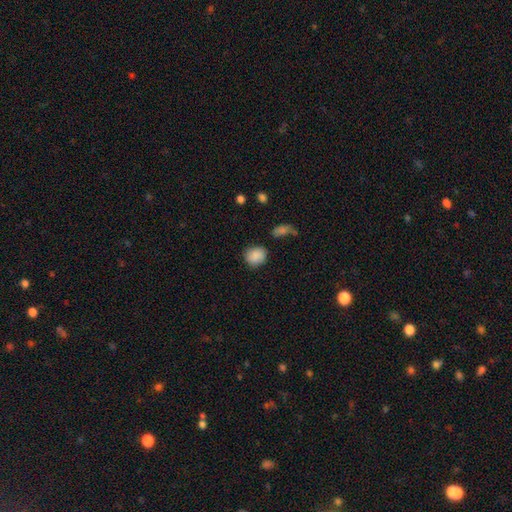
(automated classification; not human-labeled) Morphology: type=smooth (86%); roundness=round (74%); merging=none (74%).